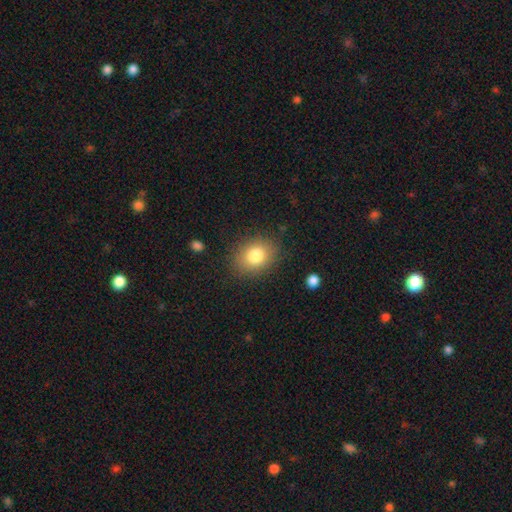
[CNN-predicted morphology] Q: Smooth or featured?
A: smooth (80%); runner-up: star or artifact (10%)
Q: How rounded?
A: round (50%); runner-up: in between (49%)
Q: Merging?
A: none (84%); runner-up: minor disturbance (11%)